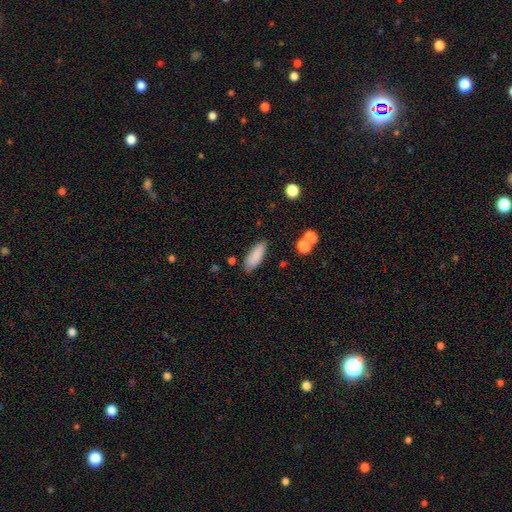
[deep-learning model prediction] A smooth galaxy with no disk features (86%) that is in between round and cigar-shaped (65%).

Vote fractions:
- Smooth or featured? smooth: 86% / star or artifact: 7% / featured or disk: 7%
- How rounded? in between: 65% / cigar-shaped: 34% / round: 2%
- Merging? none: 81% / minor disturbance: 13% / merger: 3% / major disturbance: 3%